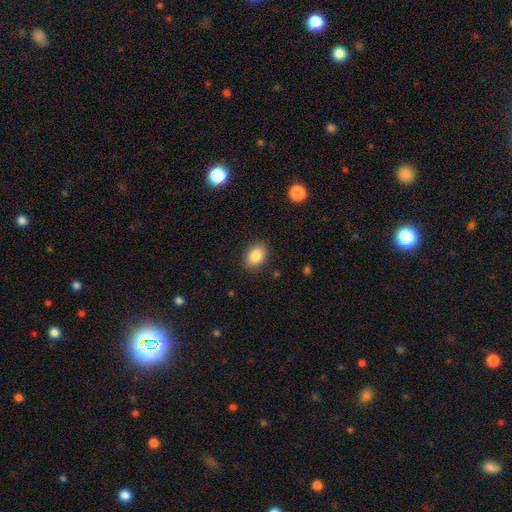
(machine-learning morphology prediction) Smooth or featured: smooth — 86% (star or artifact — 8%)
How rounded: in between — 77% (round — 22%)
Merging: none — 88% (minor disturbance — 9%)